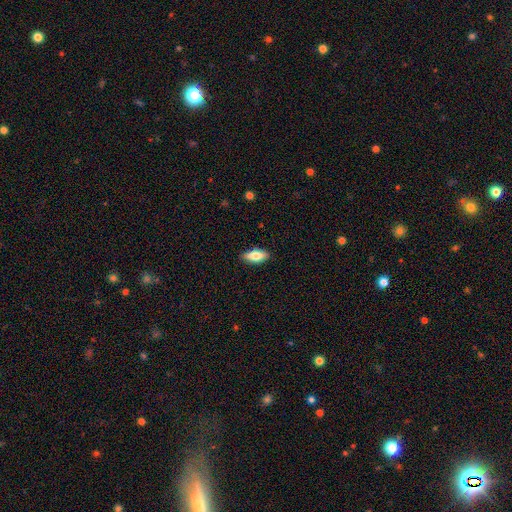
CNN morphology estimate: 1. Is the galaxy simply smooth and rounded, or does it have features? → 77% smooth, 17% featured or disk, 6% star or artifact.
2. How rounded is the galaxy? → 81% in between, 17% cigar-shaped, 3% round.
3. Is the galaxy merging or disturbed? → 88% none, 10% minor disturbance, 2% major disturbance, 1% merger.